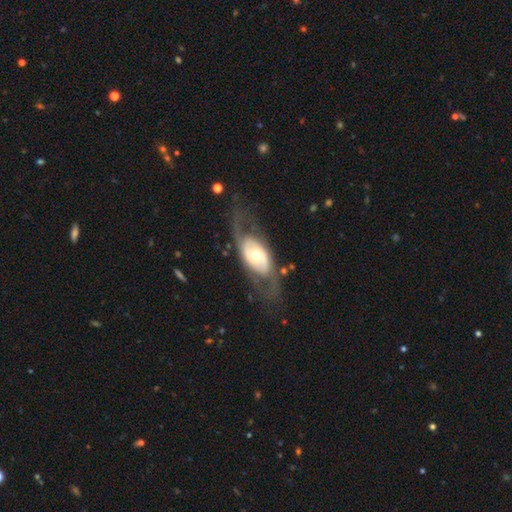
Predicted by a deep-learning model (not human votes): A featured or disk galaxy (71%) with no bar (69%), spiral arms (60%) and a moderate central bulge (64%).

Vote fractions:
- Smooth or featured? featured or disk: 71% / smooth: 24% / star or artifact: 5%
- Edge-on disk? no: 90% / yes: 10%
- Bar? no: 69% / weak: 20% / strong: 10%
- Spiral arms? yes: 60% / no: 40%
- Bulge size? moderate: 64% / small: 22% / large: 11% / dominant: 2% / none: 1%
- Merging? none: 62% / major disturbance: 20% / minor disturbance: 16% / merger: 2%